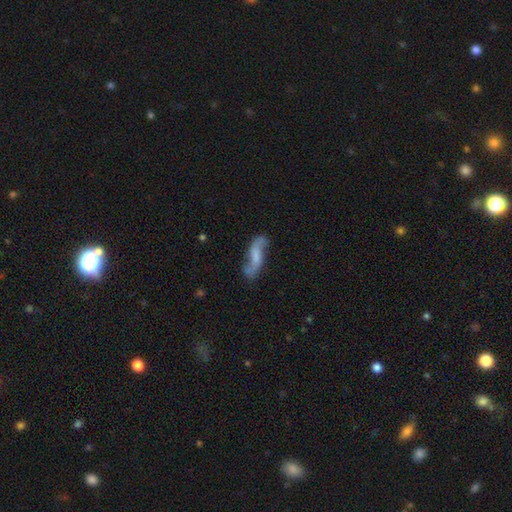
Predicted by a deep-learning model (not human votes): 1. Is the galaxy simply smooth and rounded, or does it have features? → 69% featured or disk, 23% smooth, 8% star or artifact.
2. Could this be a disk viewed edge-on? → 87% no, 13% yes.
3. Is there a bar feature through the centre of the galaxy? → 43% no, 39% weak, 18% strong.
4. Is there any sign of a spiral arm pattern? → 91% yes, 9% no.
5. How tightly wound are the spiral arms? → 81% loose, 14% medium, 4% tight.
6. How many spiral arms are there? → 91% 2, 4% can't tell, 2% 1, 1% 3, 1% 4, 1% more than 4.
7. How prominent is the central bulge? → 49% none, 23% small, 19% moderate, 7% large, 2% dominant.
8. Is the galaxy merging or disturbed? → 67% none, 20% minor disturbance, 9% major disturbance, 4% merger.